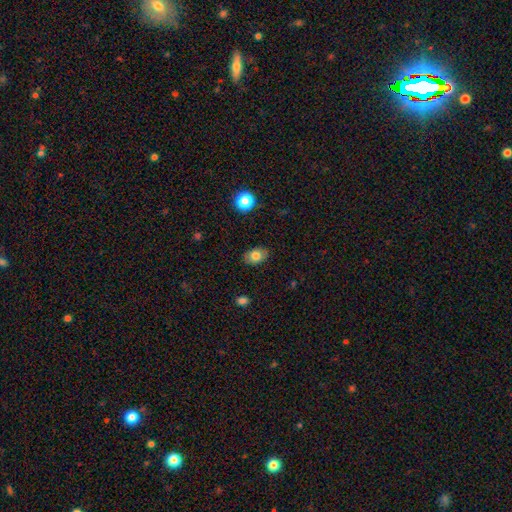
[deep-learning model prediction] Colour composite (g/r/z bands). It shows a smooth galaxy with no disk features (77%) that is in between round and cigar-shaped (83%). Merging: none (86%).